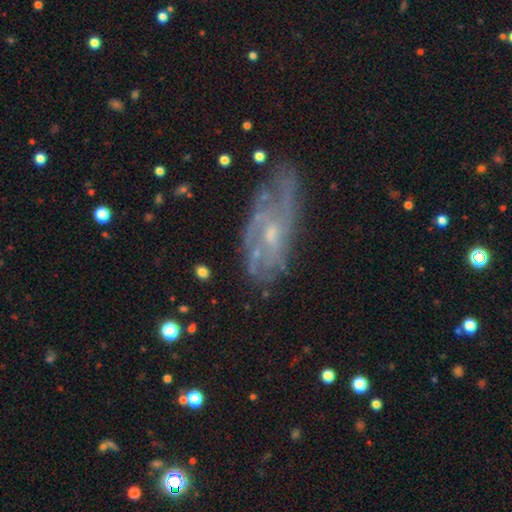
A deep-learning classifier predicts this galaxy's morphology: Smooth or featured? Predicted: featured or disk (p=0.73). Edge-on disk? Predicted: no (p=0.91). Bar? Predicted: no (p=0.60). Spiral arms? Predicted: yes (p=0.69). Bulge size? Predicted: small (p=0.51). Merging? Predicted: none (p=0.52).